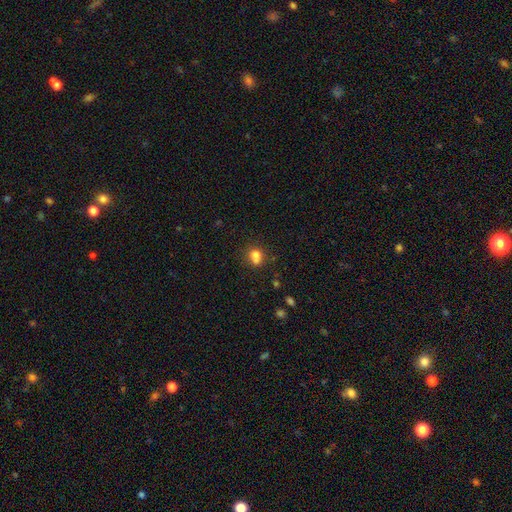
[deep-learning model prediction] Overall: smooth (74%). How rounded: round (62%; in between 36%). Merging: none (40%; merger 39%).